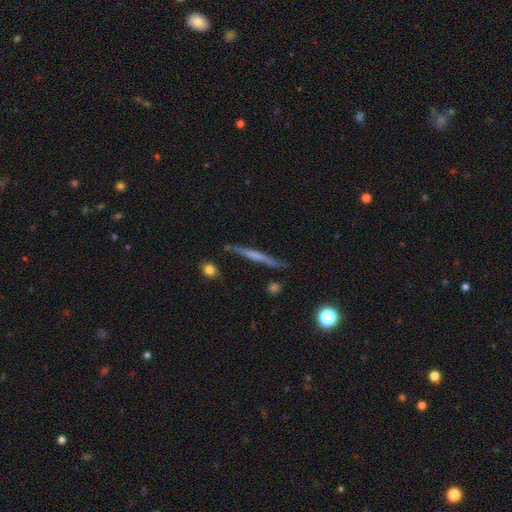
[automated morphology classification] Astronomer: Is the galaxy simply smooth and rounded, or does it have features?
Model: featured or disk — 52% (runner-up: smooth, 41%).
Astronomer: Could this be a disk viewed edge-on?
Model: yes — 96%.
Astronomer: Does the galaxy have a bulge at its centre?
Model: none — 69%.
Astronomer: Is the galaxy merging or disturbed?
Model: none — 84%.